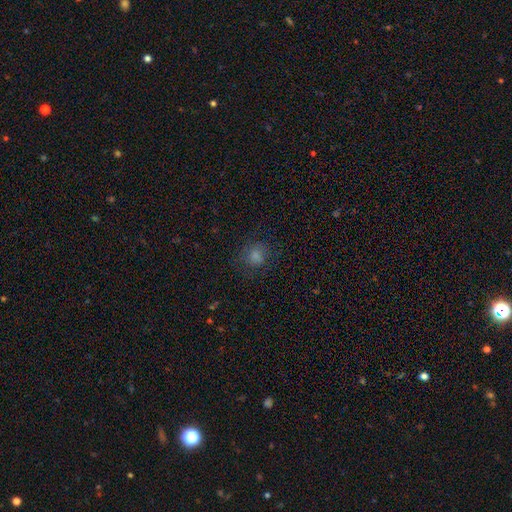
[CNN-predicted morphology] This is likely a smooth galaxy (66%). How rounded: clearly round (83%). Merging: clearly none (81%).